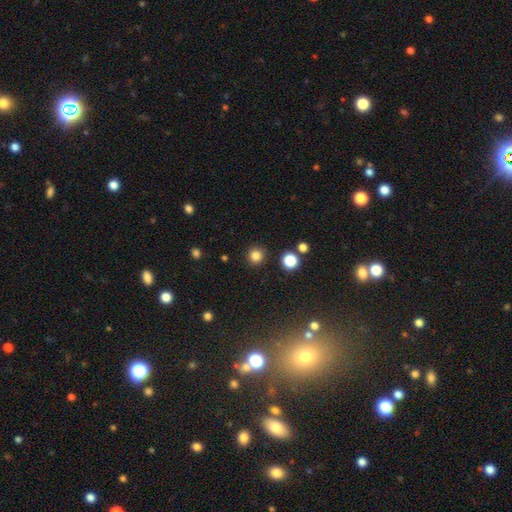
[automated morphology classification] Smooth or featured?
  - smooth: 83% *
  - star or artifact: 13%
  - featured or disk: 4%
How rounded?
  - round: 94% *
  - in between: 5%
  - cigar-shaped: 1%
Merging?
  - none: 91% *
  - minor disturbance: 5%
  - merger: 2%
  - major disturbance: 2%